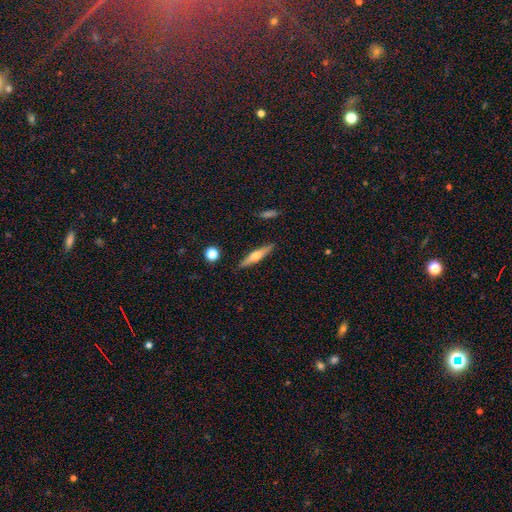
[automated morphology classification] featured or disk 61%, smooth 33%, star or artifact 6%. Down the decision tree: edge-on disk — yes (96%); edge-on bulge — rounded (92%); merging — none (89%).